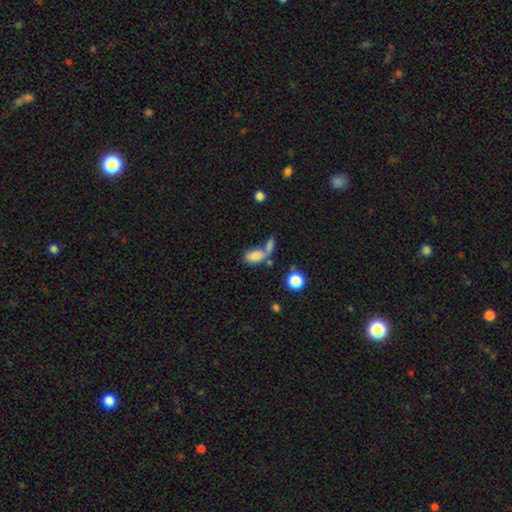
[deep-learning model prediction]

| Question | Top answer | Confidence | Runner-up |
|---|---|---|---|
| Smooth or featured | smooth | 76% | featured or disk (13%) |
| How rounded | in between | 87% | round (8%) |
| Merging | merger | 50% | none (29%) |